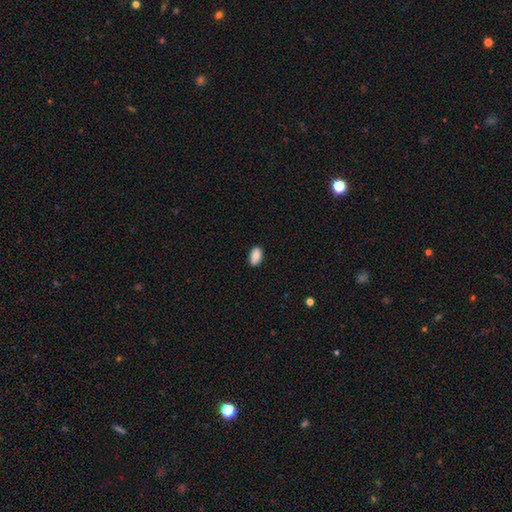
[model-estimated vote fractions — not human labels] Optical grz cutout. It shows a smooth galaxy with no disk features (87%) that is in between round and cigar-shaped (92%). Merging: none (86%).